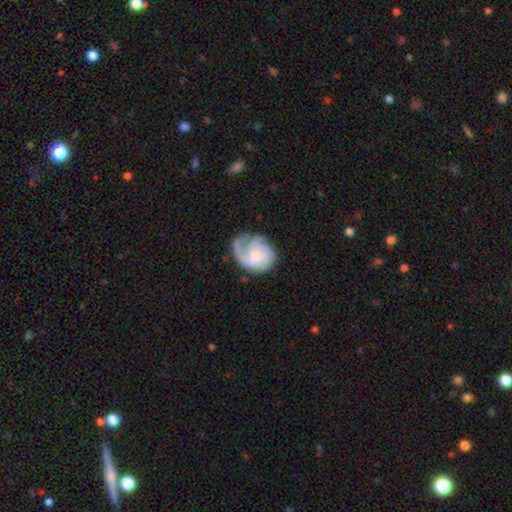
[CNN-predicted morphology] Q: Smooth or featured?
A: featured or disk (78%); runner-up: smooth (17%)
Q: Edge-on disk?
A: no (98%); runner-up: yes (2%)
Q: Bar?
A: no (68%); runner-up: weak (28%)
Q: Spiral arms?
A: yes (95%); runner-up: no (5%)
Q: Spiral winding?
A: medium (42%); runner-up: tight (38%)
Q: Spiral arm count?
A: 3 (37%); runner-up: can't tell (21%)
Q: Bulge size?
A: small (48%); runner-up: moderate (33%)
Q: Merging?
A: none (60%); runner-up: minor disturbance (20%)